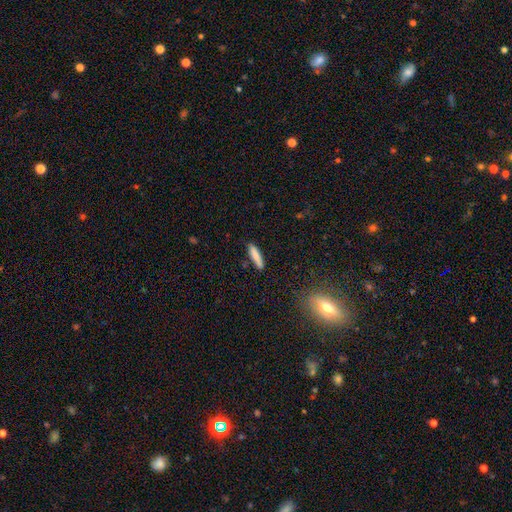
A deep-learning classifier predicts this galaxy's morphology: A smooth galaxy with no disk features (82%) that is cigar-shaped (81%).

Vote fractions:
- Smooth or featured? smooth: 82% / featured or disk: 12% / star or artifact: 6%
- How rounded? cigar-shaped: 81% / in between: 17% / round: 2%
- Merging? none: 83% / minor disturbance: 12% / merger: 2% / major disturbance: 2%